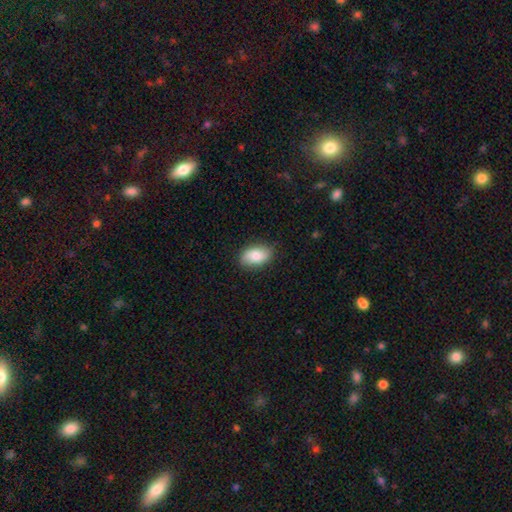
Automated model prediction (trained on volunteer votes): smooth 83%, featured or disk 11%, star or artifact 7%. Down the decision tree: how rounded — in between (91%); merging — none (85%).